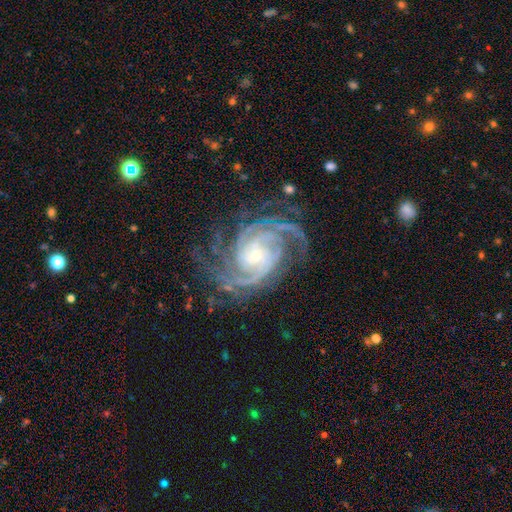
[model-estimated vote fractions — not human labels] Smooth or featured? featured or disk (92%)
Edge-on disk? no (98%)
Bar? no (61%)
Spiral arms? yes (99%)
Spiral winding? tight (57%)
Spiral arm count? 4 (27%)
Bulge size? small (73%)
Merging? none (71%)